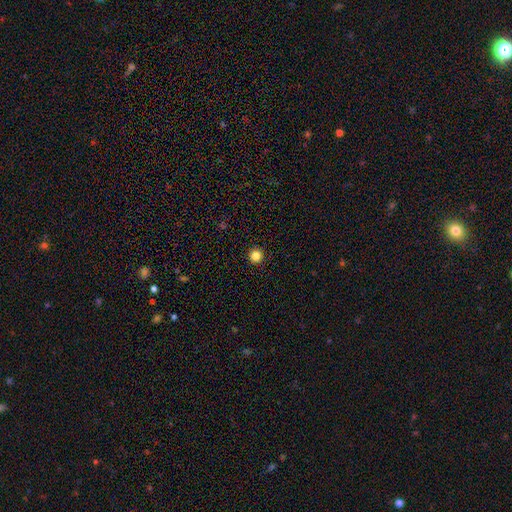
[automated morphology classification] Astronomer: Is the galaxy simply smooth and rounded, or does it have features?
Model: smooth — 84%.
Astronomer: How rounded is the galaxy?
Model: round — 96%.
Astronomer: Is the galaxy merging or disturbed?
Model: none — 94%.